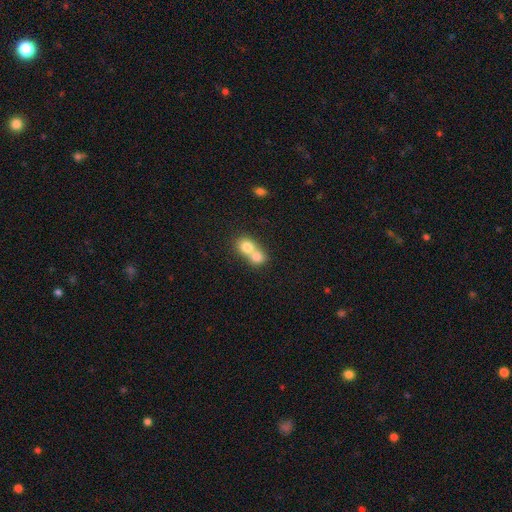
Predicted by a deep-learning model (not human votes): A smooth galaxy with no disk features (75%) that is round (70%).

Vote fractions:
- Smooth or featured? smooth: 75% / featured or disk: 16% / star or artifact: 9%
- How rounded? round: 70% / in between: 29% / cigar-shaped: 1%
- Merging? merger: 74% / none: 20% / minor disturbance: 4% / major disturbance: 2%